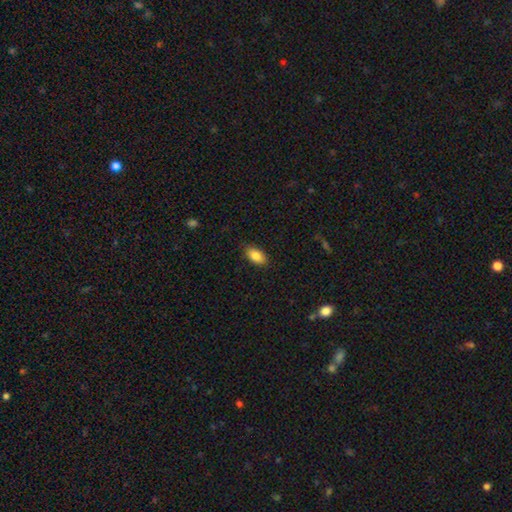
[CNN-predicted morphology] smooth_or_featured: smooth (p=0.85) [alt: featured or disk p=0.08]
how_rounded: in between (p=0.92) [alt: round p=0.06]
merging: none (p=0.86) [alt: minor disturbance p=0.11]